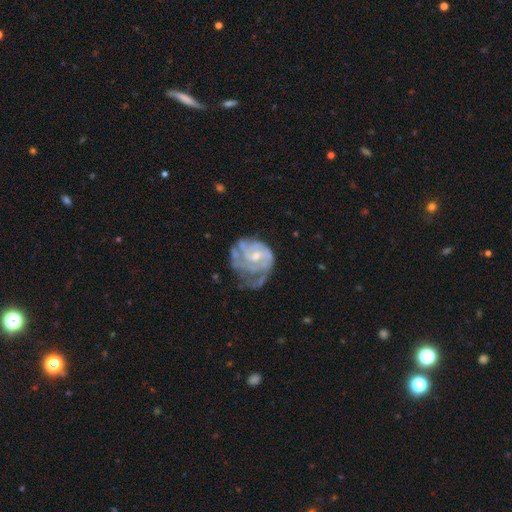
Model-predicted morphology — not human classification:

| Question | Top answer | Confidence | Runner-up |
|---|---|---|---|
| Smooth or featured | featured or disk | 81% | smooth (13%) |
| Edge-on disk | no | 98% | yes (2%) |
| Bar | no | 58% | weak (36%) |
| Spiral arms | yes | 86% | no (14%) |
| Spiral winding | tight | 55% | medium (34%) |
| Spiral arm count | can't tell | 37% | 2 (29%) |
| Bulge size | moderate | 46% | small (45%) |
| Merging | none | 36% | major disturbance (31%) |